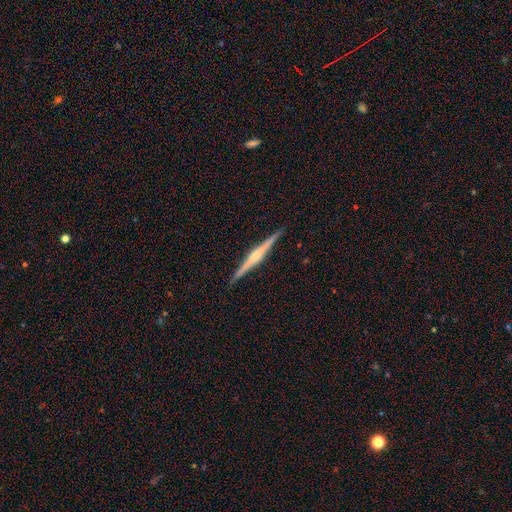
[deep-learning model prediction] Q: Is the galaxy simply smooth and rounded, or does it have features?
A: featured or disk — 79%.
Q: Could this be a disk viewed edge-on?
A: yes — 99%.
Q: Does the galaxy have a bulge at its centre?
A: rounded — 71%.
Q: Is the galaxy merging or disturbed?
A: none — 92%.